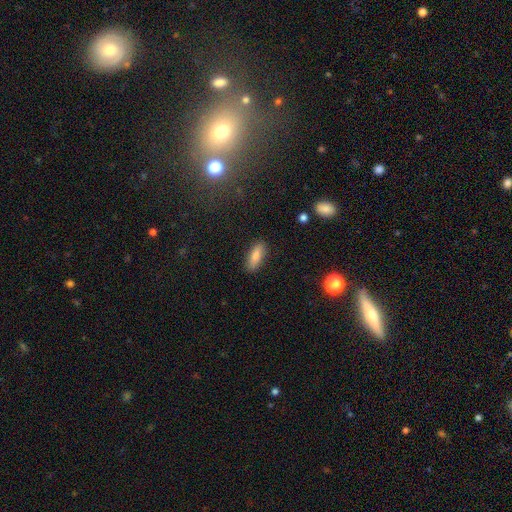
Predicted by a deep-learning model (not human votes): Q: Smooth or featured?
A: smooth (82%); runner-up: featured or disk (11%)
Q: How rounded?
A: in between (66%); runner-up: cigar-shaped (32%)
Q: Merging?
A: none (87%); runner-up: minor disturbance (9%)